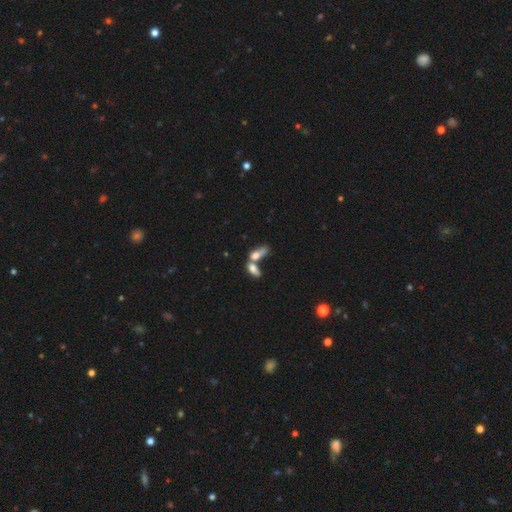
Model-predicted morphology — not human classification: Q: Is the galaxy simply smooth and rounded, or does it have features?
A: smooth — 68%.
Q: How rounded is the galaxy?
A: in between — 77%.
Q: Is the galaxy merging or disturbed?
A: merger — 68%.